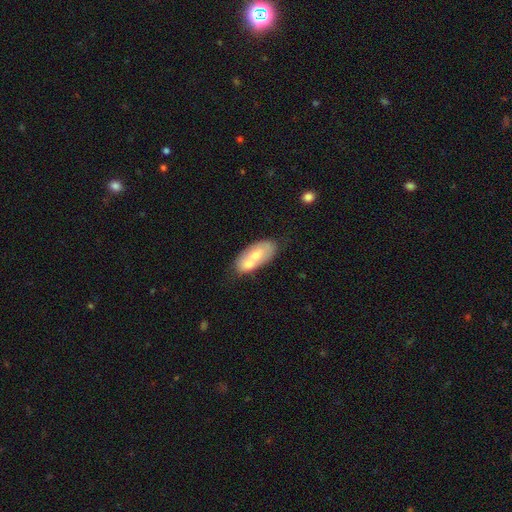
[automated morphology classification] A smooth galaxy with no disk features (60%) that is in between round and cigar-shaped (88%).

Vote fractions:
- Smooth or featured? smooth: 60% / featured or disk: 34% / star or artifact: 6%
- How rounded? in between: 88% / cigar-shaped: 9% / round: 3%
- Merging? merger: 40% / none: 38% / minor disturbance: 16% / major disturbance: 6%